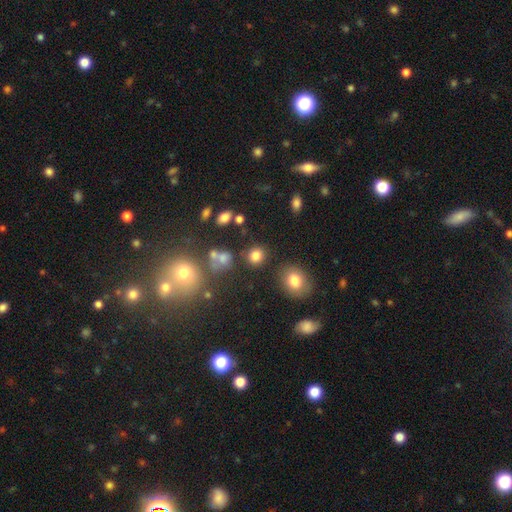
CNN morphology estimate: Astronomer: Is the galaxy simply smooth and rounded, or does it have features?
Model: smooth — 79%.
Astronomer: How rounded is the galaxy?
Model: round — 82%.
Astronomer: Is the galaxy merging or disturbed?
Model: none — 79%.